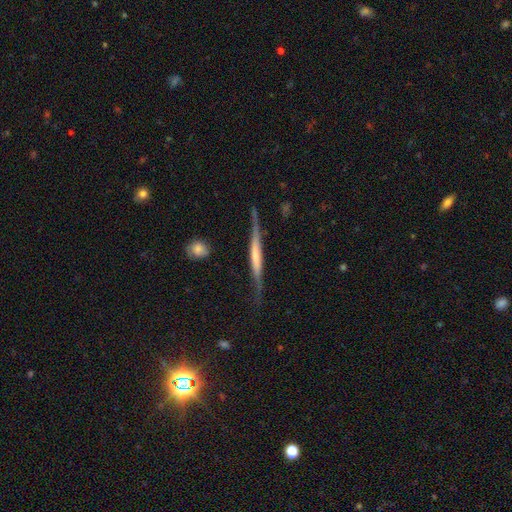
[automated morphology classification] Smooth or featured: featured or disk — 66% (smooth — 28%)
Edge-on disk: yes — 93% (no — 7%)
Edge-on bulge: none — 44% (boxy — 32%)
Merging: none — 67% (minor disturbance — 22%)